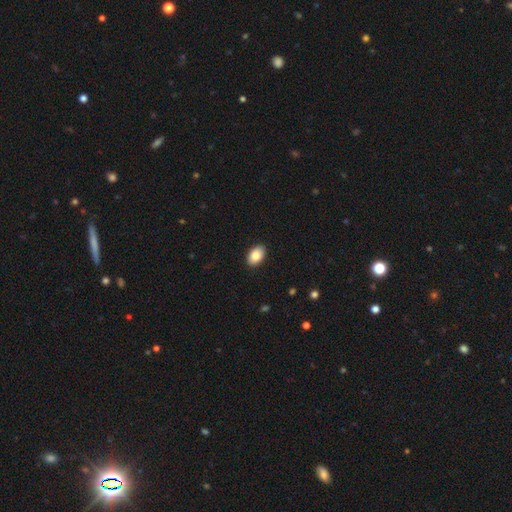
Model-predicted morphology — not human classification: Smooth or featured?
  - smooth: 85% *
  - featured or disk: 8%
  - star or artifact: 7%
How rounded?
  - in between: 90% *
  - round: 9%
  - cigar-shaped: 1%
Merging?
  - none: 90% *
  - minor disturbance: 7%
  - major disturbance: 2%
  - merger: 1%